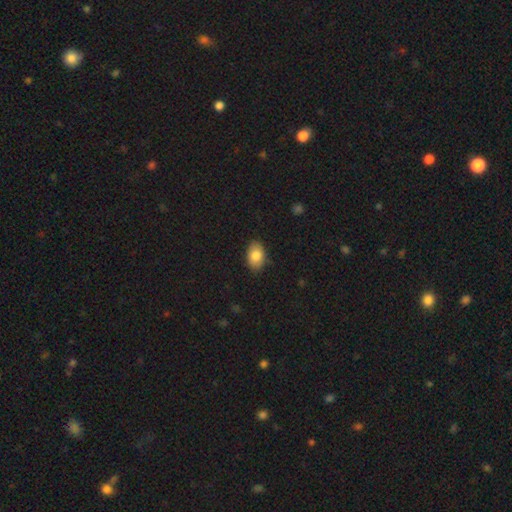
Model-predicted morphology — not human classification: Overall: smooth (82%). How rounded: in between (87%). Merging: none (86%).